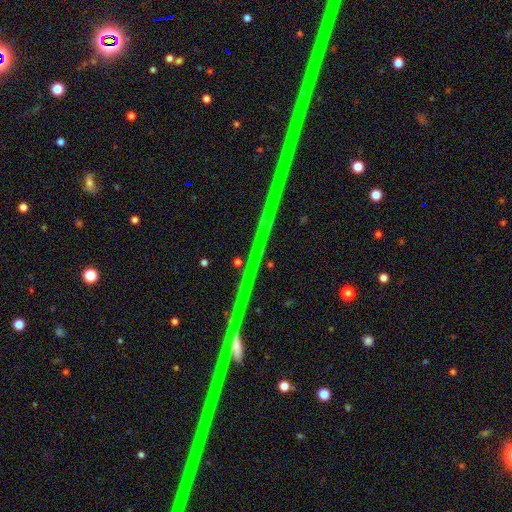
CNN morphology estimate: Overall: star or artifact (86%).